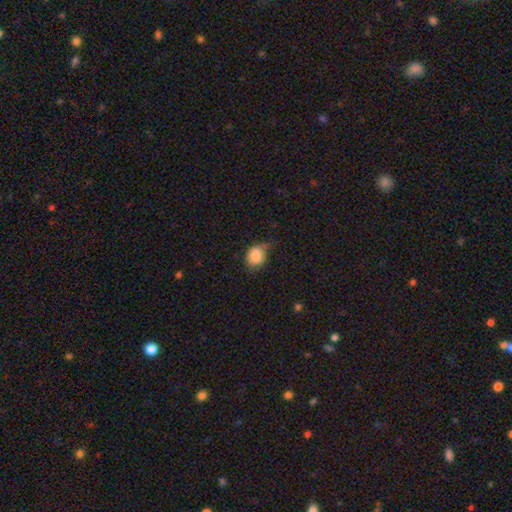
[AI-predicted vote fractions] Overall: smooth (83%). How rounded: round (53%; in between 46%). Merging: none (43%; minor disturbance 40%).